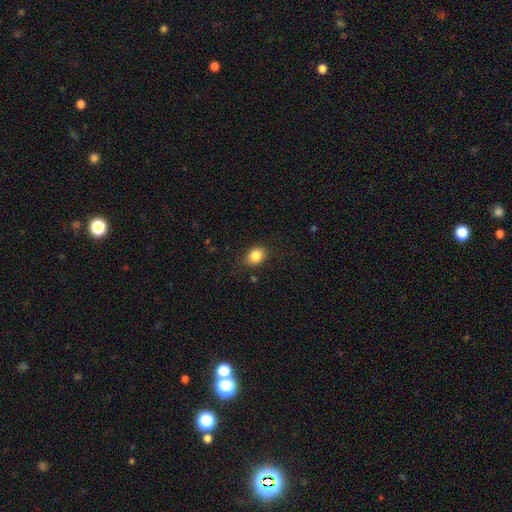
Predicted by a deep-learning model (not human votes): Smooth or featured? smooth (84%)
How rounded? in between (58%)
Merging? none (83%)